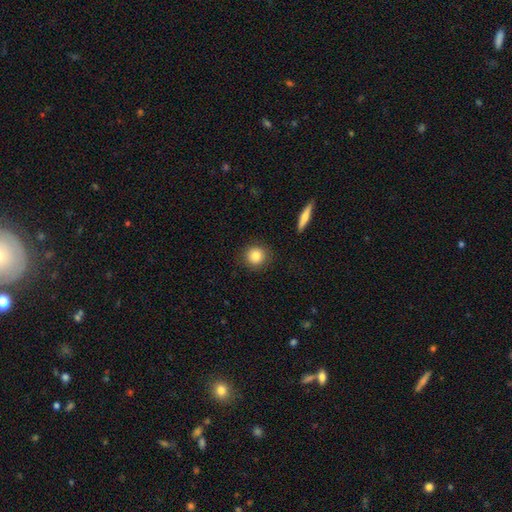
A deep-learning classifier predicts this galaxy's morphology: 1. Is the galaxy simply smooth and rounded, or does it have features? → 84% smooth, 9% star or artifact, 7% featured or disk.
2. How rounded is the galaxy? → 92% round, 7% in between, 1% cigar-shaped.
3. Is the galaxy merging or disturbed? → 88% none, 8% minor disturbance, 3% major disturbance, 1% merger.